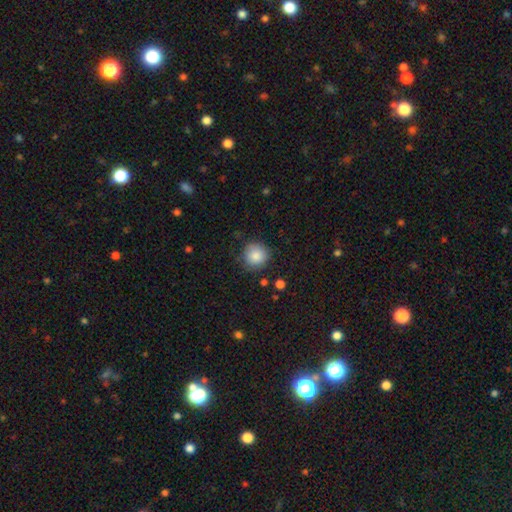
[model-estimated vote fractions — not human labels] smooth_or_featured: smooth (p=0.87) [alt: star or artifact p=0.08]
how_rounded: round (p=0.92) [alt: in between p=0.07]
merging: none (p=0.81) [alt: minor disturbance p=0.13]